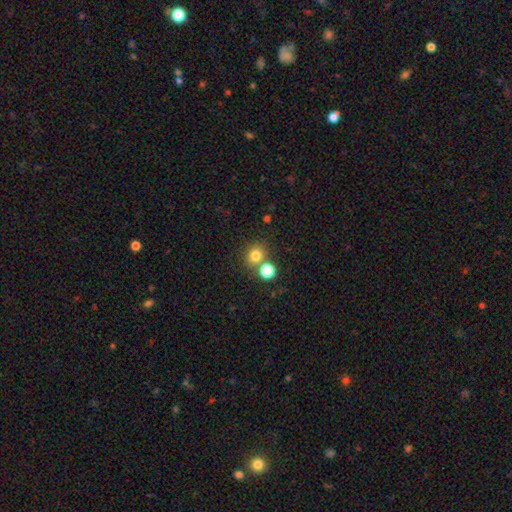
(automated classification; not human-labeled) This appears to be a smooth galaxy with no disk features (78%) that is round (83%). Merging: none (68%).